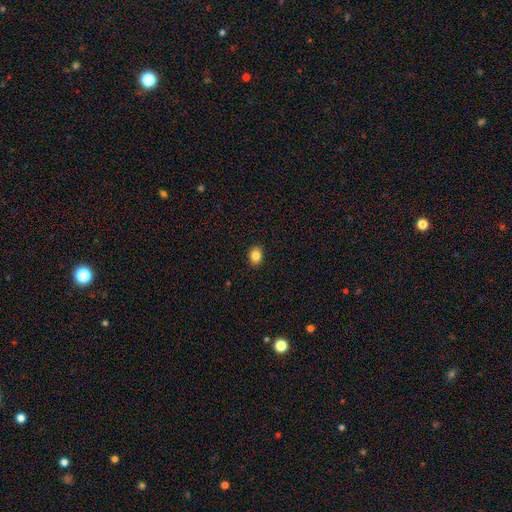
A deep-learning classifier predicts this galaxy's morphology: Smooth or featured?
  - smooth: 85% *
  - star or artifact: 10%
  - featured or disk: 6%
How rounded?
  - in between: 62% *
  - round: 37%
  - cigar-shaped: 1%
Merging?
  - none: 90% *
  - minor disturbance: 7%
  - major disturbance: 2%
  - merger: 1%